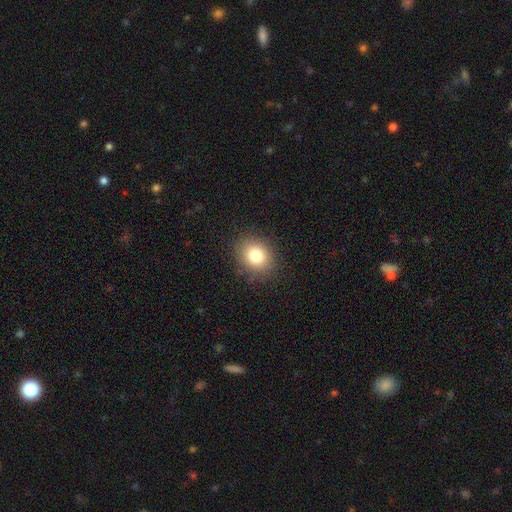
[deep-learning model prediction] Smooth or featured? Predicted: smooth (p=0.82). How rounded? Predicted: round (p=0.62). Merging? Predicted: none (p=0.88).